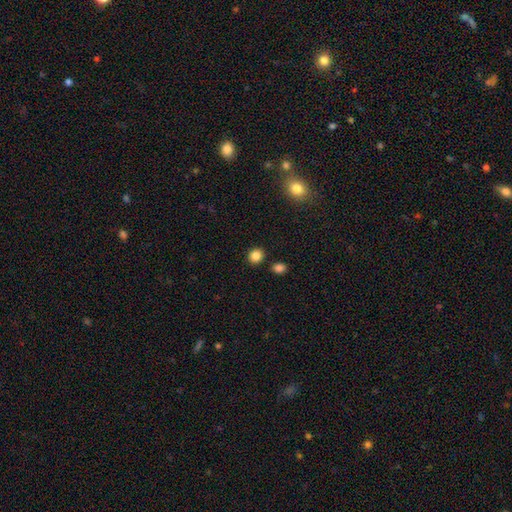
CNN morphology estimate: Smooth or featured: smooth — 85% (star or artifact — 11%)
How rounded: round — 84% (in between — 15%)
Merging: none — 87% (minor disturbance — 6%)